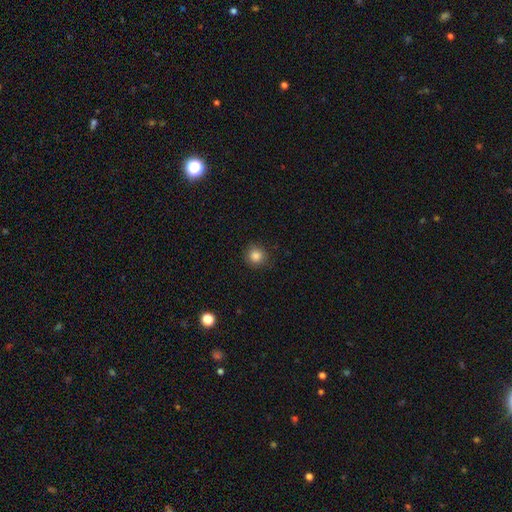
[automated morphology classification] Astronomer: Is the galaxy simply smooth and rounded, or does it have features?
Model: smooth — 85%.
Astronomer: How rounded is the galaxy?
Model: round — 91%.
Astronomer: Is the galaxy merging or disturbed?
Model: none — 88%.